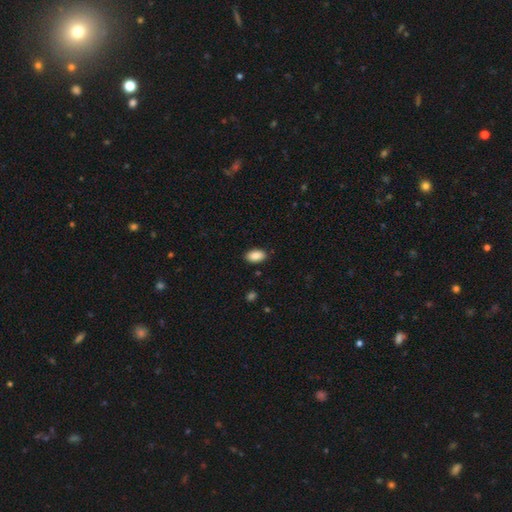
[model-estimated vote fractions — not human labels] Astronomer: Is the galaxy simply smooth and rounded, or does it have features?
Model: smooth — 89%.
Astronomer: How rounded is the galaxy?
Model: in between — 94%.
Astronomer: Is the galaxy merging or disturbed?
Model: none — 88%.